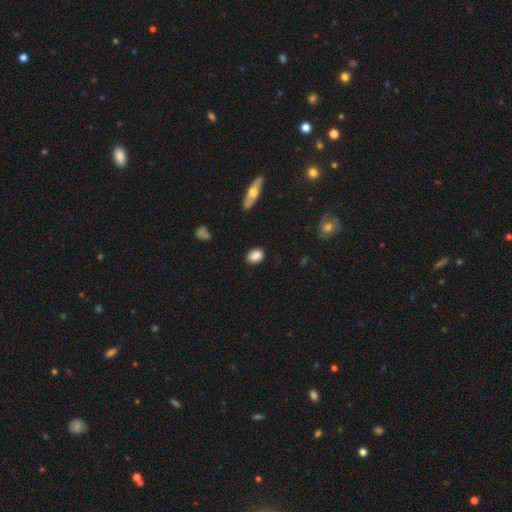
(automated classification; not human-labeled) smooth 87%, star or artifact 8%, featured or disk 5%. Down the decision tree: how rounded — in between (68%); merging — none (85%).